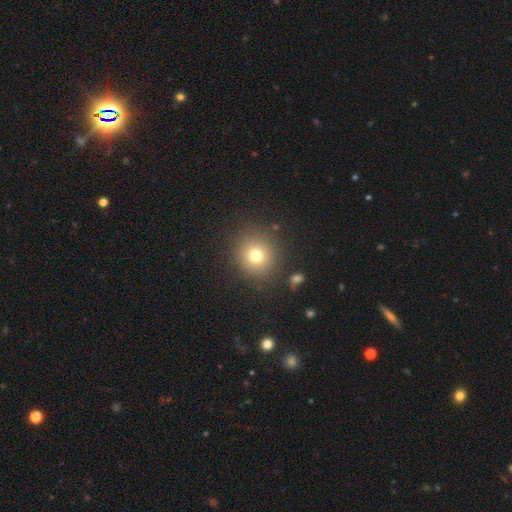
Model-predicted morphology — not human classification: A smooth galaxy with no disk features (75%) that is round (90%).

Vote fractions:
- Smooth or featured? smooth: 75% / star or artifact: 15% / featured or disk: 10%
- How rounded? round: 90% / in between: 9% / cigar-shaped: 1%
- Merging? none: 87% / minor disturbance: 7% / major disturbance: 3% / merger: 2%